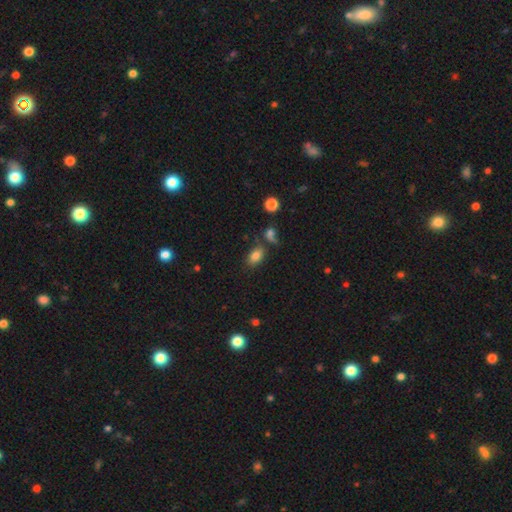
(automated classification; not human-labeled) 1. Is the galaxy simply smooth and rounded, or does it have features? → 80% smooth, 11% star or artifact, 9% featured or disk.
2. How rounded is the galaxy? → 87% in between, 10% round, 2% cigar-shaped.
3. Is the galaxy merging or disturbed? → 67% none, 15% minor disturbance, 13% merger, 6% major disturbance.